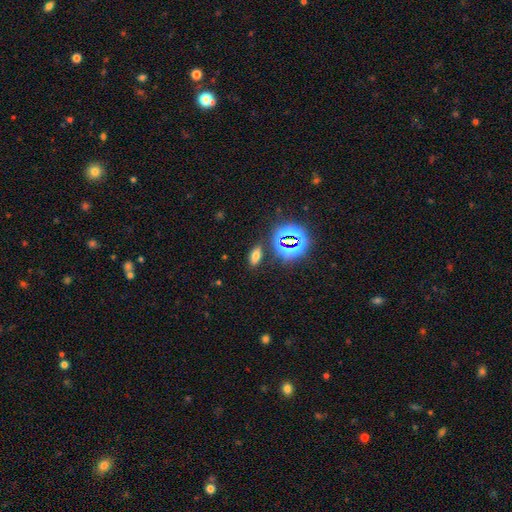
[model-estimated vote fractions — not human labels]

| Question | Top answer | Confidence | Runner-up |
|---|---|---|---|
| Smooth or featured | smooth | 61% | star or artifact (30%) |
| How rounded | in between | 80% | cigar-shaped (12%) |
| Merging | none | 85% | minor disturbance (9%) |